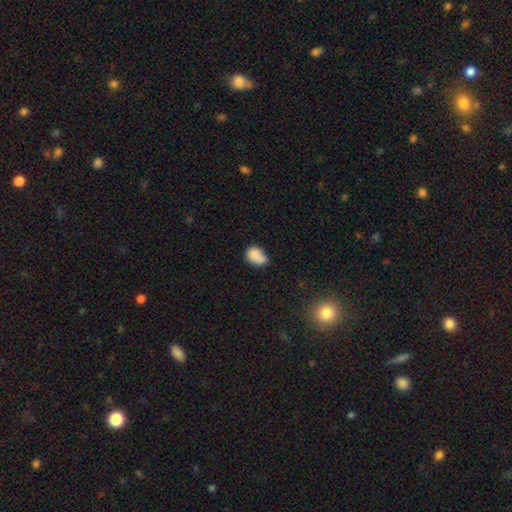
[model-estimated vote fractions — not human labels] smooth_or_featured: smooth (p=0.79) [alt: featured or disk p=0.11]
how_rounded: in between (p=0.69) [alt: round p=0.30]
merging: none (p=0.39) [alt: minor disturbance p=0.30]